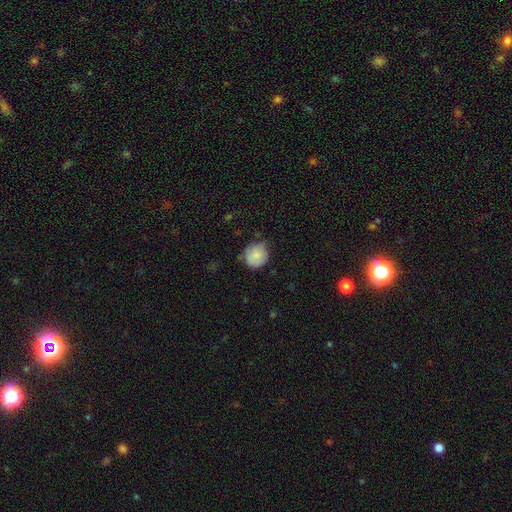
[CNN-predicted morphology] smooth-or-featured: smooth: 83% | featured or disk: 9% | star or artifact: 7%
  how-rounded: round: 84% | in between: 15% | cigar-shaped: 1%
  merging: none: 57% | minor disturbance: 35% | major disturbance: 6% | merger: 2%